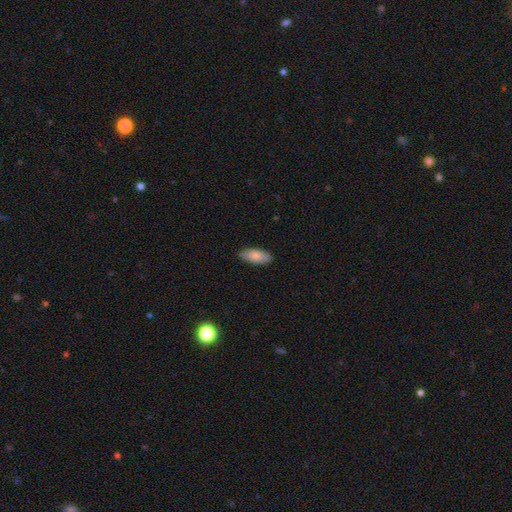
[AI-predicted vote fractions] Overall: smooth (84%). How rounded: in between (87%). Merging: none (87%).